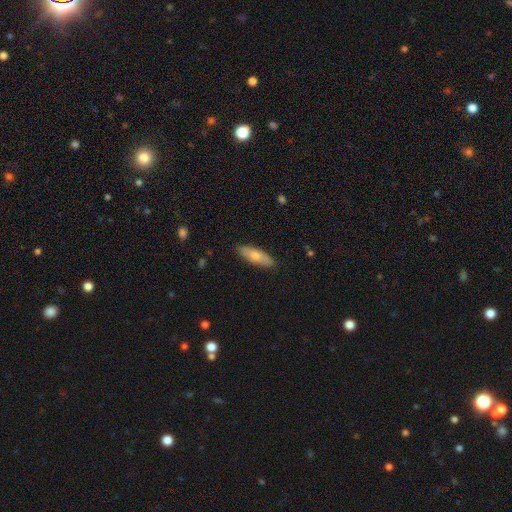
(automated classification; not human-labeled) smooth_or_featured: smooth (p=0.69) [alt: featured or disk p=0.25]
how_rounded: in between (p=0.57) [alt: cigar-shaped p=0.40]
merging: none (p=0.88) [alt: minor disturbance p=0.09]